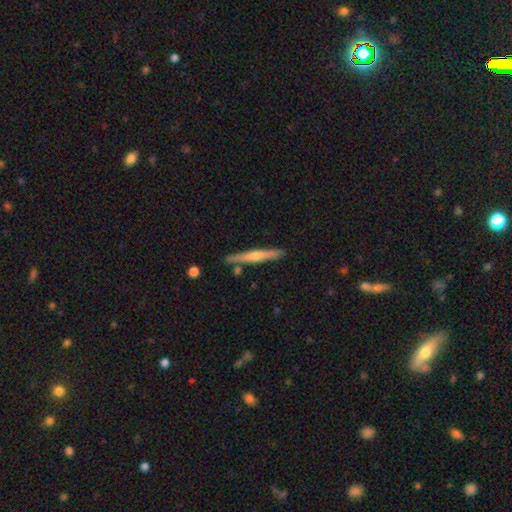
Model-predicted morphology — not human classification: This appears to be a featured or disk galaxy (68%) viewed edge-on (97%) with a rounded central bulge (77%). Merging: none (87%).